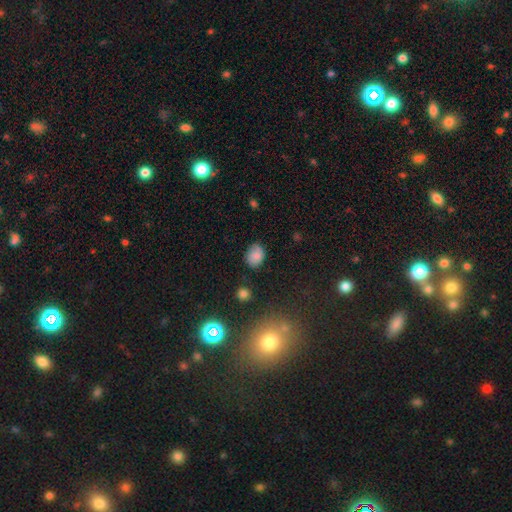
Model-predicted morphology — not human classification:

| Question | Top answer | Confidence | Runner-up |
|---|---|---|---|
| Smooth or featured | smooth | 80% | star or artifact (11%) |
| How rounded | in between | 67% | round (32%) |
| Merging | none | 71% | minor disturbance (22%) |